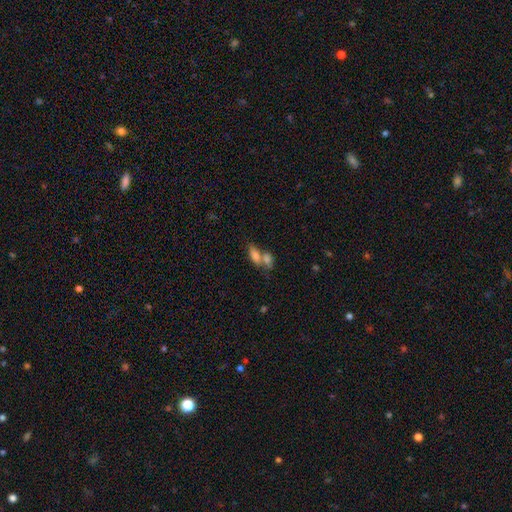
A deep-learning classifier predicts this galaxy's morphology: smooth_or_featured: smooth (p=0.77) [alt: featured or disk p=0.14]
how_rounded: in between (p=0.82) [alt: cigar-shaped p=0.11]
merging: merger (p=0.59) [alt: none p=0.28]